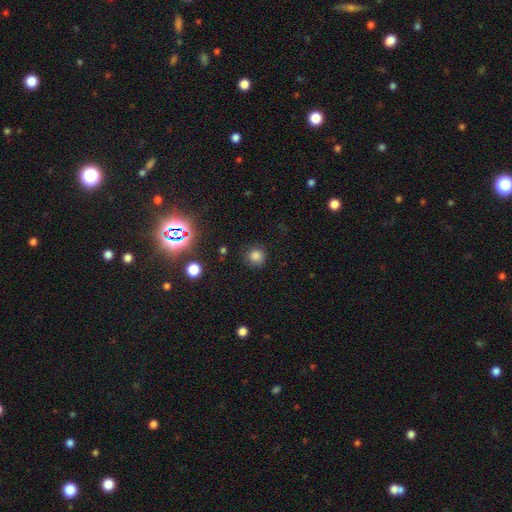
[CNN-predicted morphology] Smooth or featured? smooth (80%)
How rounded? round (92%)
Merging? none (84%)